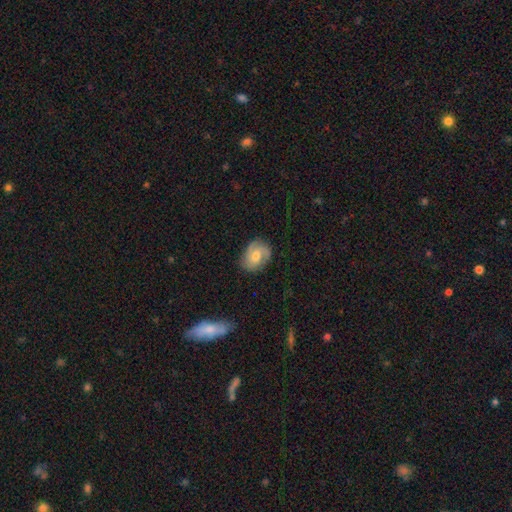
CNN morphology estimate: Smooth or featured: featured or disk — 52% (smooth — 41%)
Edge-on disk: no — 96% (yes — 4%)
Merging: none — 73% (minor disturbance — 20%)